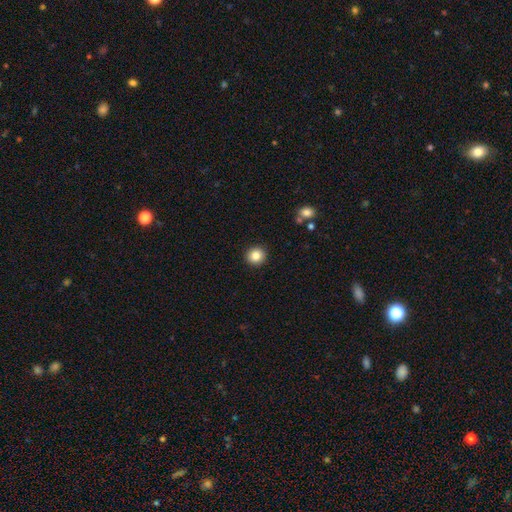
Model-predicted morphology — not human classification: type=smooth (84%); roundness=round (91%); merging=none (92%).